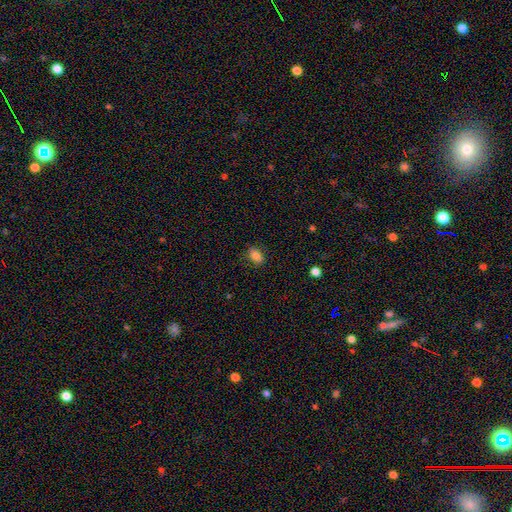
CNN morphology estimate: A smooth galaxy with no disk features (84%) that is in between round and cigar-shaped (85%).

Vote fractions:
- Smooth or featured? smooth: 84% / star or artifact: 10% / featured or disk: 6%
- How rounded? in between: 85% / round: 13% / cigar-shaped: 2%
- Merging? none: 83% / minor disturbance: 12% / major disturbance: 3% / merger: 1%